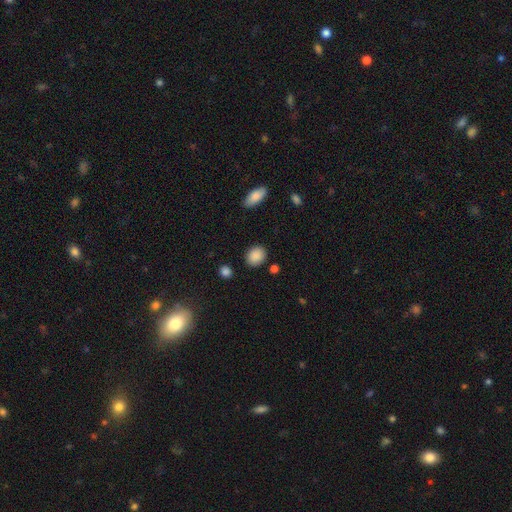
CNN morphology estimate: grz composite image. It shows a smooth galaxy with no disk features (89%) that is round (51%). Merging: none (86%).